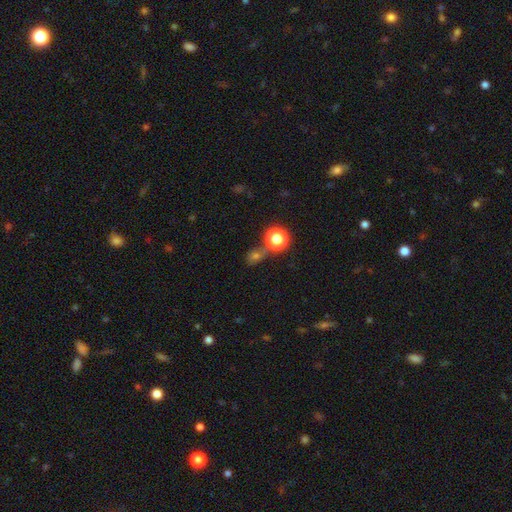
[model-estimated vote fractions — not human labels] Q: Smooth or featured?
A: smooth (48%); runner-up: star or artifact (42%)
Q: Merging?
A: none (66%); runner-up: merger (16%)